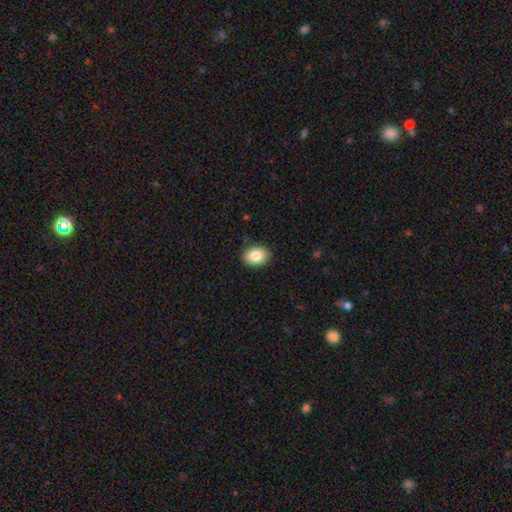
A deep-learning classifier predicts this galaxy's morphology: The model was most divided on "how rounded": in between: 69%, round: 30%, cigar-shaped: 1%. More confident: merging — none (88%); smooth or featured — smooth (85%).